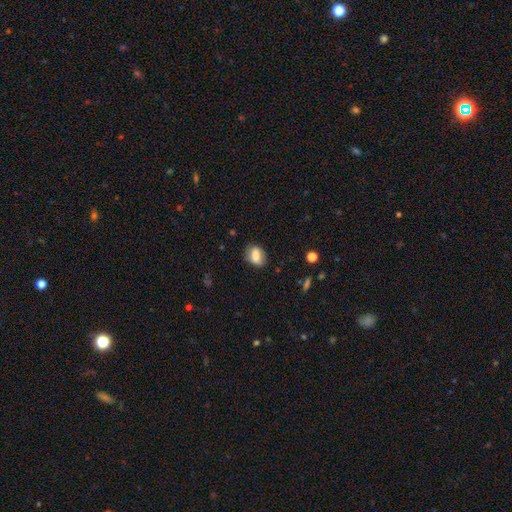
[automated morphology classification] smooth-or-featured: smooth: 78% | featured or disk: 14% | star or artifact: 8%
  how-rounded: in between: 77% | round: 20% | cigar-shaped: 2%
  merging: none: 79% | minor disturbance: 15% | major disturbance: 4% | merger: 2%